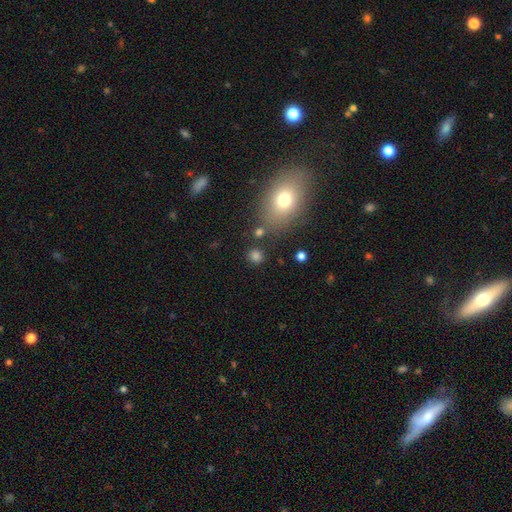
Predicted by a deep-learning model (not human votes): smooth_or_featured: smooth (p=0.80) [alt: star or artifact p=0.14]
how_rounded: round (p=0.85) [alt: in between p=0.13]
merging: none (p=0.82) [alt: minor disturbance p=0.08]